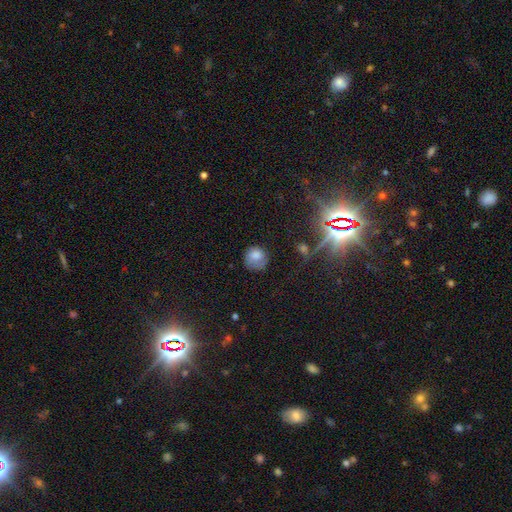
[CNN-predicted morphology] smooth-or-featured: smooth: 73% | featured or disk: 15% | star or artifact: 12%
  how-rounded: round: 84% | in between: 15% | cigar-shaped: 1%
  merging: none: 58% | minor disturbance: 26% | major disturbance: 13% | merger: 2%